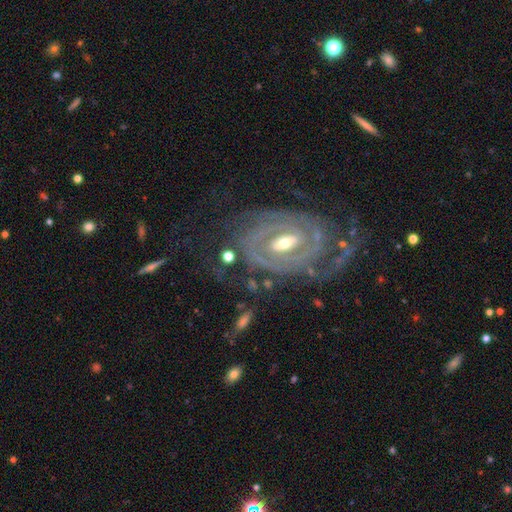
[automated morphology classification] This appears to be a featured or disk galaxy (90%) with a weak bar (43%), 2 (44%) tight (70%) spiral arms (94%) and a moderate central bulge (64%). Merging: none (63%).